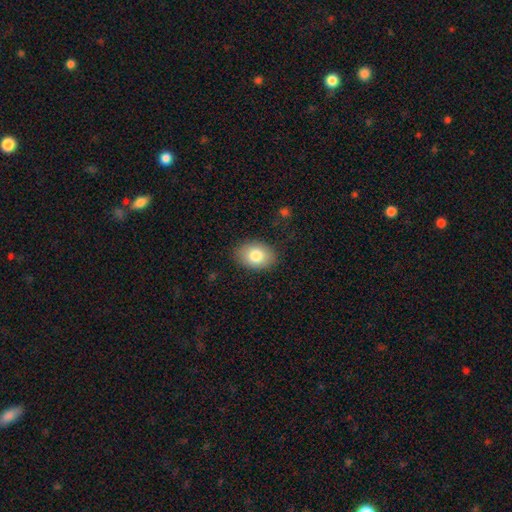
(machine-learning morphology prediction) A smooth galaxy with no disk features (82%) that is in between round and cigar-shaped (74%).

Vote fractions:
- Smooth or featured? smooth: 82% / featured or disk: 11% / star or artifact: 8%
- How rounded? in between: 74% / round: 25% / cigar-shaped: 1%
- Merging? none: 85% / minor disturbance: 11% / major disturbance: 3% / merger: 1%